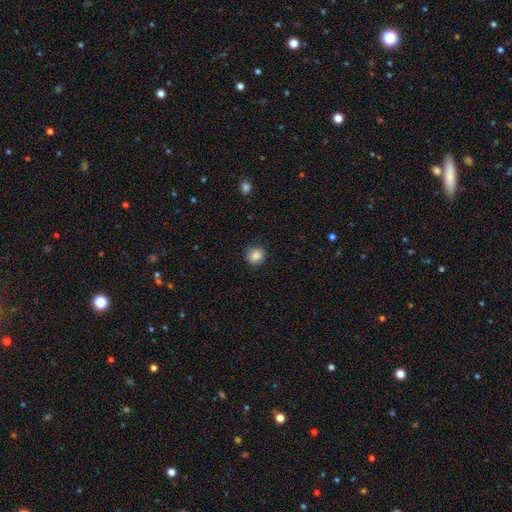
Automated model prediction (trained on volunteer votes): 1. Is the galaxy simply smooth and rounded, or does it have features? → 87% smooth, 9% star or artifact, 4% featured or disk.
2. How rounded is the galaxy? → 90% round, 9% in between, 1% cigar-shaped.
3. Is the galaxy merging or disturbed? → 88% none, 9% minor disturbance, 2% major disturbance, 1% merger.